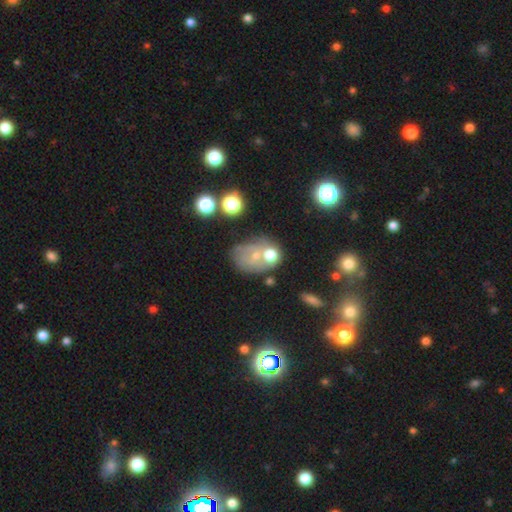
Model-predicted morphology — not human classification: Overall: smooth (45%; featured or disk 38%). Merging: merger (37%; none 32%).